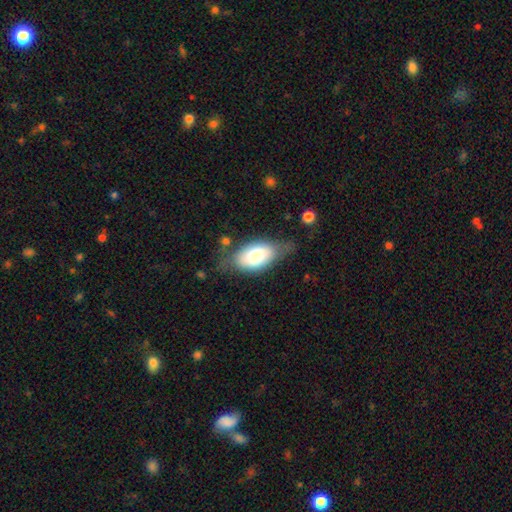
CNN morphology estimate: type=smooth (71%); roundness=in between (89%); merging=none (54%).